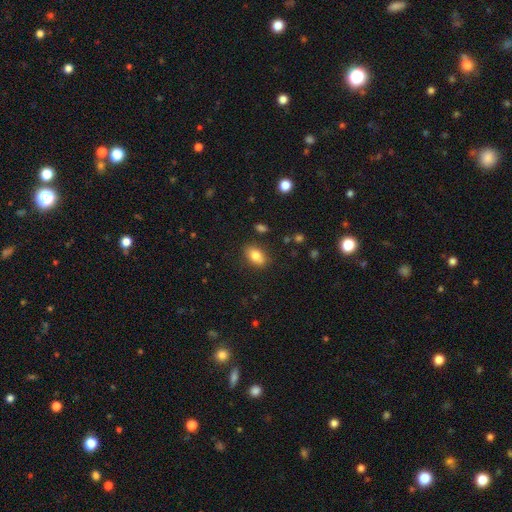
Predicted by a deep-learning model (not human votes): smooth 81%, featured or disk 11%, star or artifact 8%. Down the decision tree: how rounded — in between (88%); merging — none (81%).